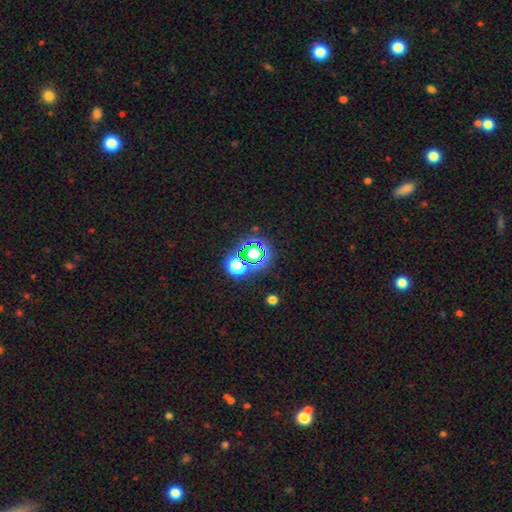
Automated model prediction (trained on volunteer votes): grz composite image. It shows a star or artifact, not a galaxy (58%).